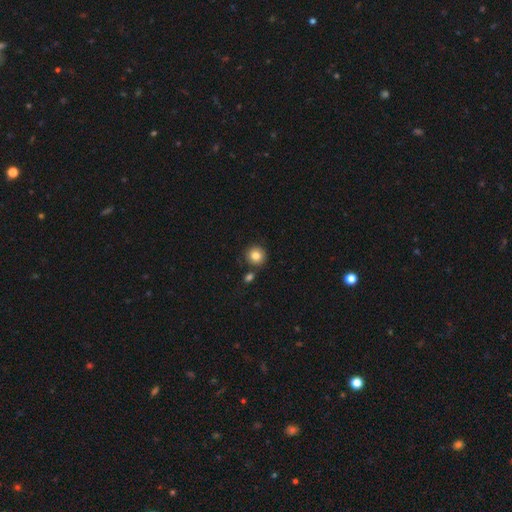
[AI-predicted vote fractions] A smooth galaxy with no disk features (83%) that is round (92%).

Vote fractions:
- Smooth or featured? smooth: 83% / star or artifact: 9% / featured or disk: 8%
- How rounded? round: 92% / in between: 7% / cigar-shaped: 1%
- Merging? none: 80% / merger: 9% / minor disturbance: 8% / major disturbance: 2%